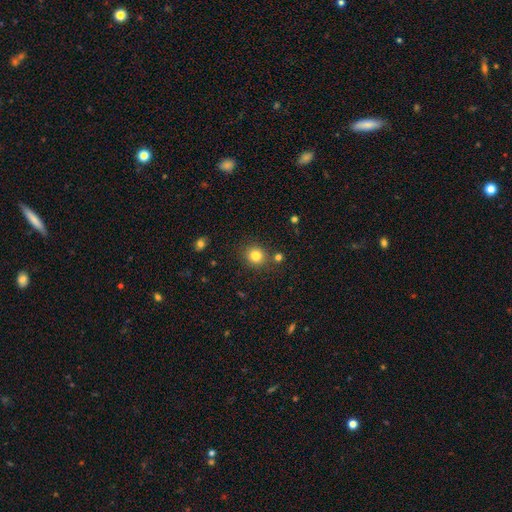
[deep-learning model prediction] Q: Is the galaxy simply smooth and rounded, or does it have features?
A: smooth — 81%.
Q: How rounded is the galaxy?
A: round — 84%.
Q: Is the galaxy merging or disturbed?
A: none — 81%.